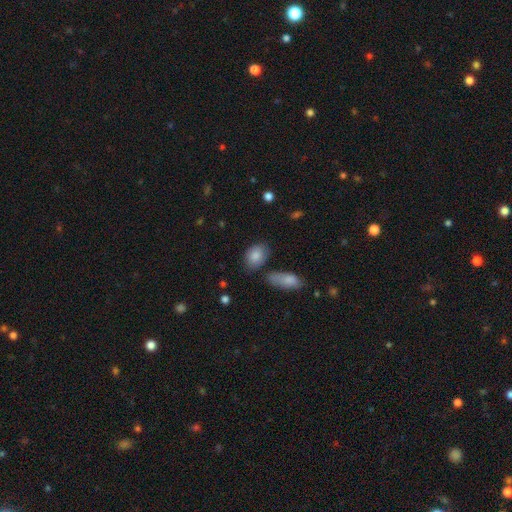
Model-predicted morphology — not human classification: Smooth or featured?
  - smooth: 84% *
  - featured or disk: 9%
  - star or artifact: 7%
How rounded?
  - in between: 80% *
  - round: 18%
  - cigar-shaped: 2%
Merging?
  - none: 68% *
  - minor disturbance: 19%
  - merger: 8%
  - major disturbance: 5%